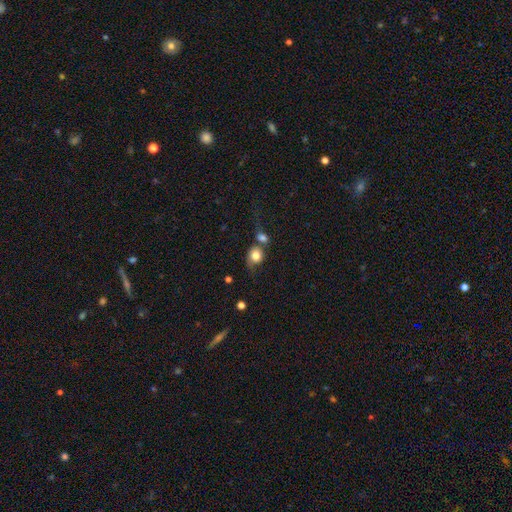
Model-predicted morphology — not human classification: Smooth or featured: smooth — 75% (featured or disk — 16%)
How rounded: round — 69% (in between — 30%)
Merging: merger — 44% (none — 25%)